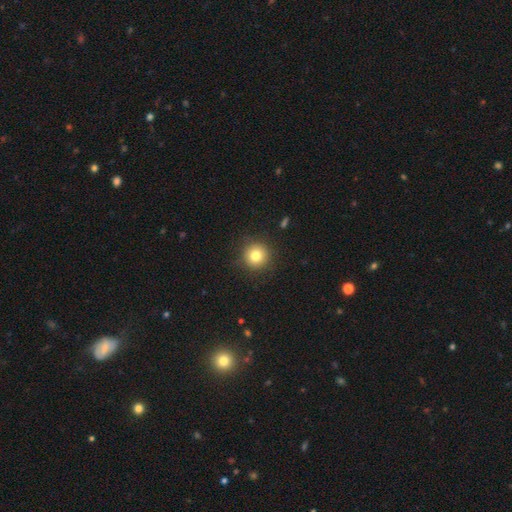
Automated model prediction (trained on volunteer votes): Smooth or featured? smooth (80%)
How rounded? round (95%)
Merging? none (89%)